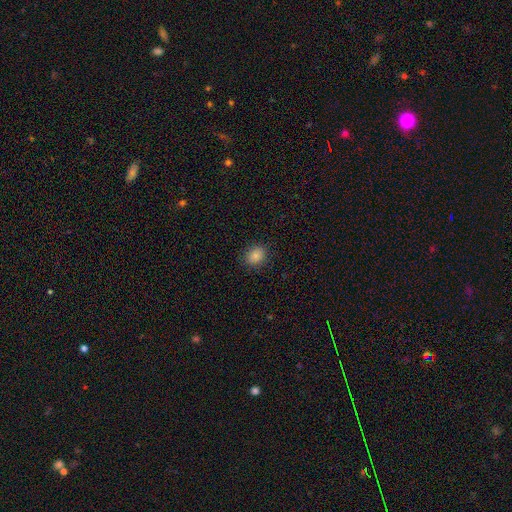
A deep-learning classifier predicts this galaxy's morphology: type=smooth (84%); roundness=round (53%); merging=none (87%).